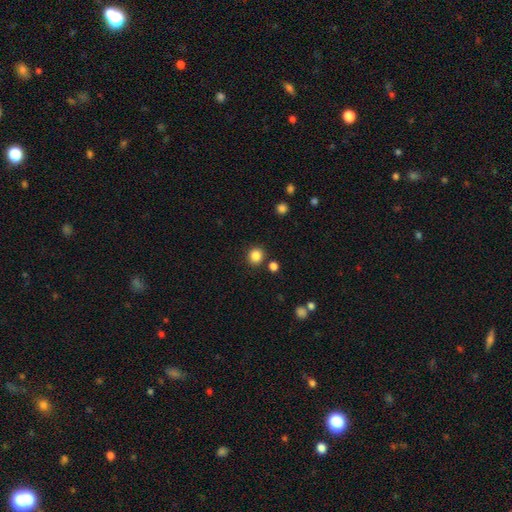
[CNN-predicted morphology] A smooth galaxy with no disk features (85%) that is round (89%). Merging: none (87%).